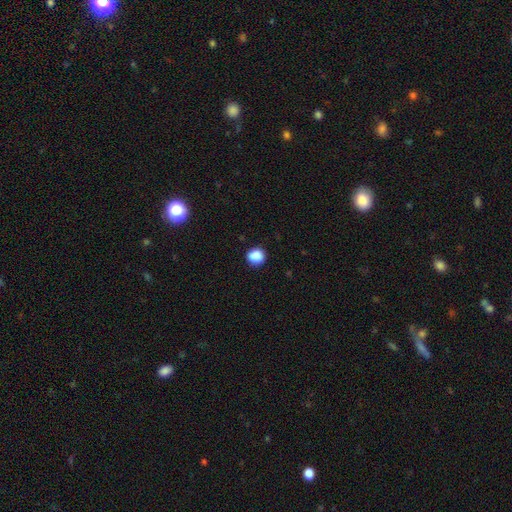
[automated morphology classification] smooth_or_featured: smooth (p=0.87) [alt: star or artifact p=0.09]
how_rounded: round (p=0.85) [alt: in between p=0.14]
merging: none (p=0.85) [alt: minor disturbance p=0.12]